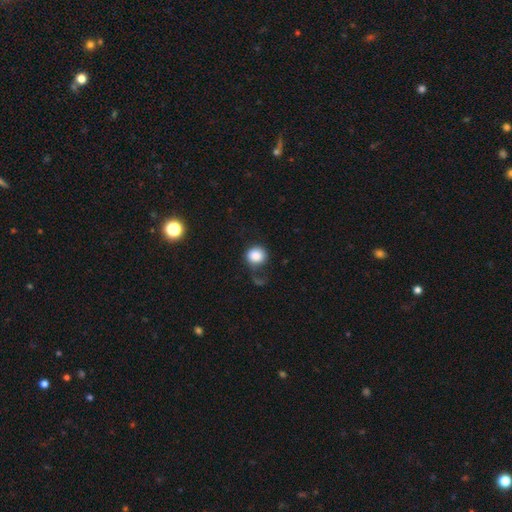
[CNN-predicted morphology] This is clearly a smooth galaxy (86%). How rounded: clearly round (87%). Merging: possibly none (56%).